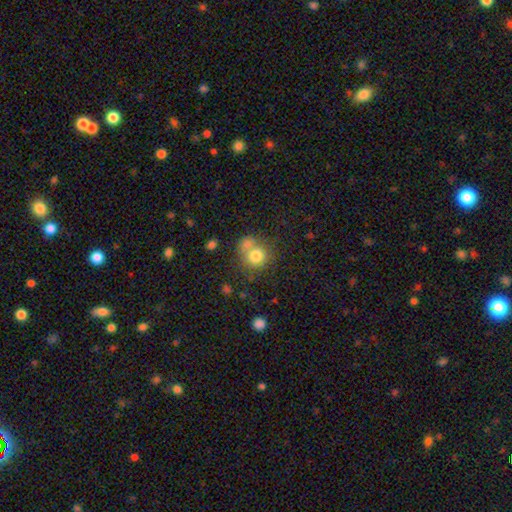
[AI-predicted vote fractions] Overall: smooth (77%). How rounded: round (84%). Merging: none (46%; merger 35%).